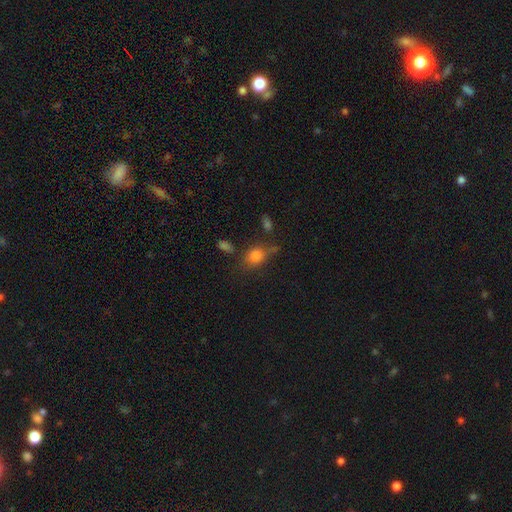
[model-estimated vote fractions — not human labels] Q: Smooth or featured?
A: smooth (76%); runner-up: star or artifact (12%)
Q: How rounded?
A: in between (57%); runner-up: round (40%)
Q: Merging?
A: none (54%); runner-up: minor disturbance (25%)